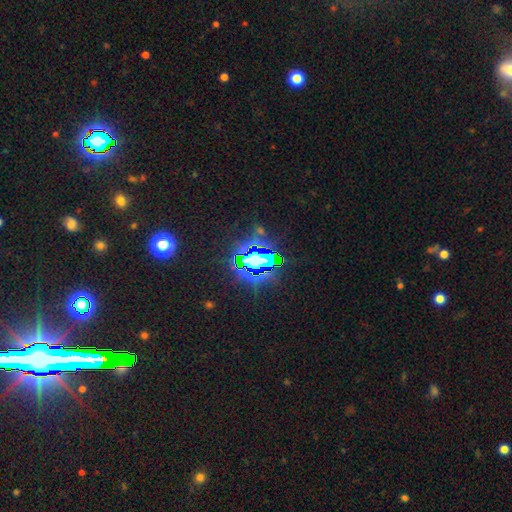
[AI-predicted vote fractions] star or artifact 81%, smooth 12%, featured or disk 7%.